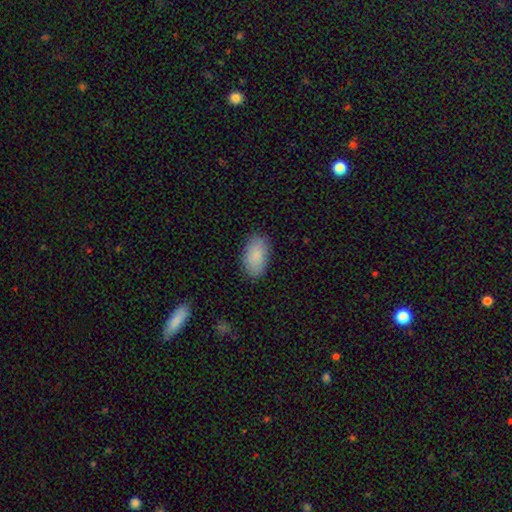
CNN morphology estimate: A smooth galaxy with no disk features (88%) that is in between round and cigar-shaped (94%). Merging: none (86%).